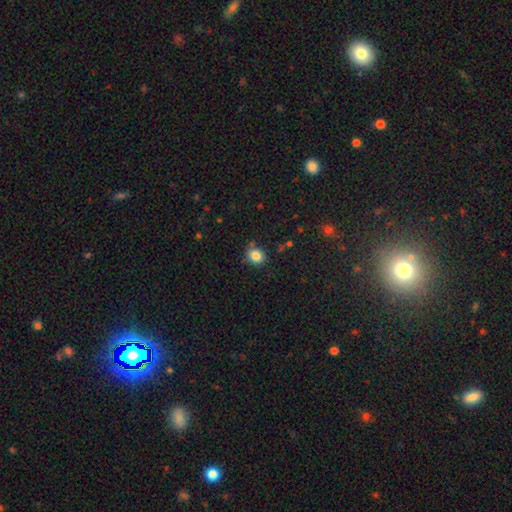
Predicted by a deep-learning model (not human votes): Morphology: type=smooth (84%); roundness=round (70%); merging=none (80%).